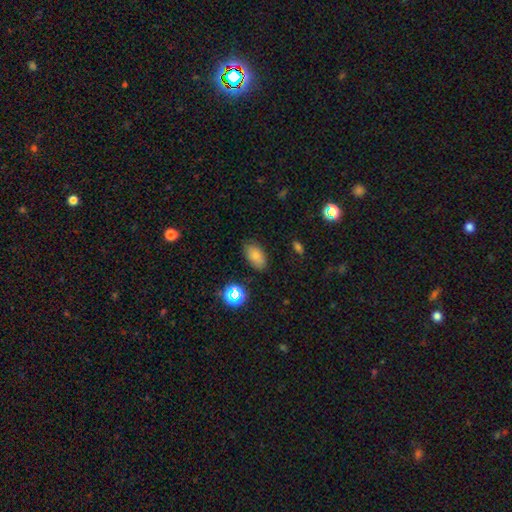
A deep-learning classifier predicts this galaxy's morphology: The model was most divided on "smooth or featured": smooth: 79%, star or artifact: 13%, featured or disk: 8%. More confident: how rounded — in between (90%); merging — none (80%).